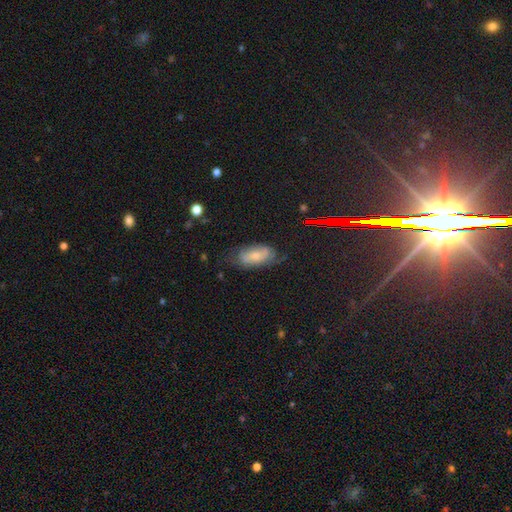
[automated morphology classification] Smooth or featured?
  - smooth: 53% *
  - featured or disk: 36%
  - star or artifact: 11%
How rounded?
  - in between: 89% *
  - cigar-shaped: 8%
  - round: 4%
Merging?
  - none: 55% *
  - minor disturbance: 29%
  - major disturbance: 14%
  - merger: 2%